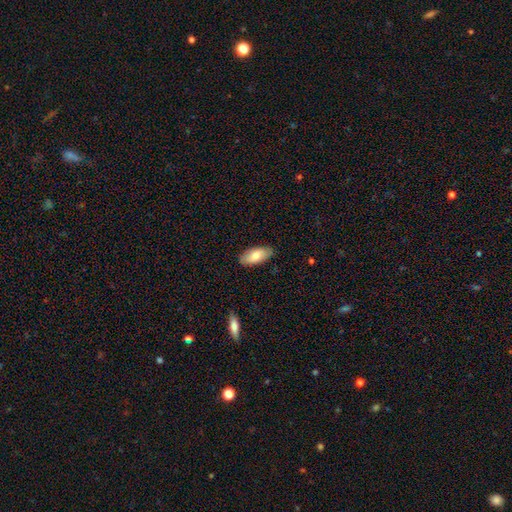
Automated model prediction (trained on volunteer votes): This appears to be a smooth galaxy with no disk features (80%) that is in between round and cigar-shaped (90%). Merging: none (85%).